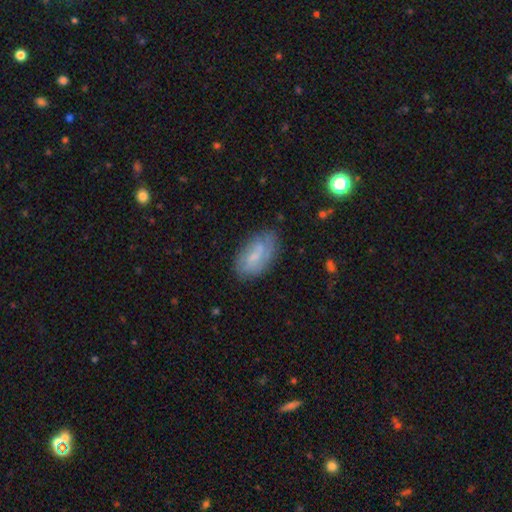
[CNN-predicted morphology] This is possibly a smooth galaxy (52%). How rounded: clearly in between (91%). Merging: likely none (65%).